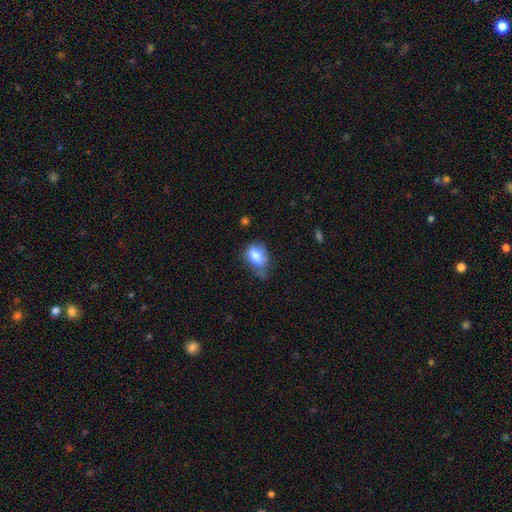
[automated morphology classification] smooth-or-featured: smooth: 77% | featured or disk: 14% | star or artifact: 9%
  how-rounded: in between: 79% | round: 18% | cigar-shaped: 2%
  merging: minor disturbance: 43% | none: 30% | major disturbance: 22% | merger: 4%